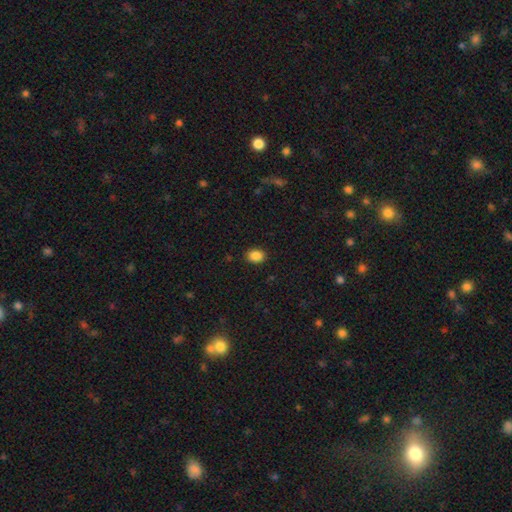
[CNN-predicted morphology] This appears to be a smooth galaxy with no disk features (87%) that is in between round and cigar-shaped (64%). Merging: none (89%).